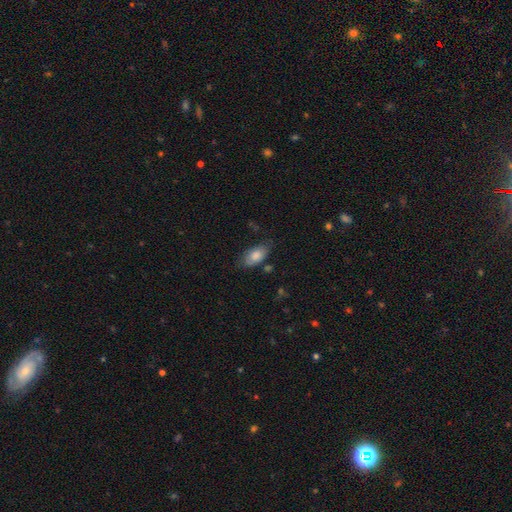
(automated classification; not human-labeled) Smooth or featured? Predicted: smooth (p=0.80). How rounded? Predicted: in between (p=0.91). Merging? Predicted: none (p=0.65).